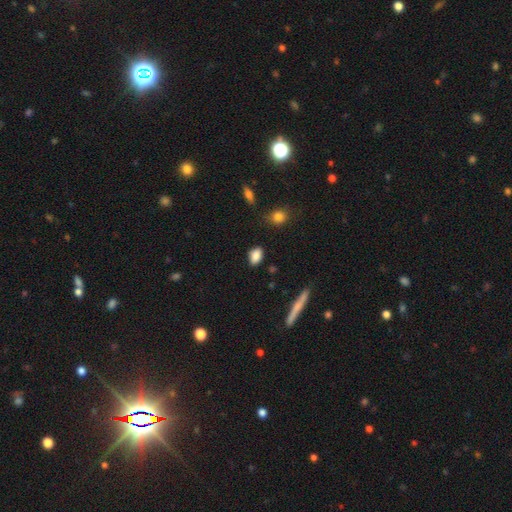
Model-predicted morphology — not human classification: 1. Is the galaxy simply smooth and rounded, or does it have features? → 86% smooth, 8% star or artifact, 6% featured or disk.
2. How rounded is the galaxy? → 83% in between, 14% round, 3% cigar-shaped.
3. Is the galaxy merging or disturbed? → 83% none, 12% minor disturbance, 3% major disturbance, 2% merger.